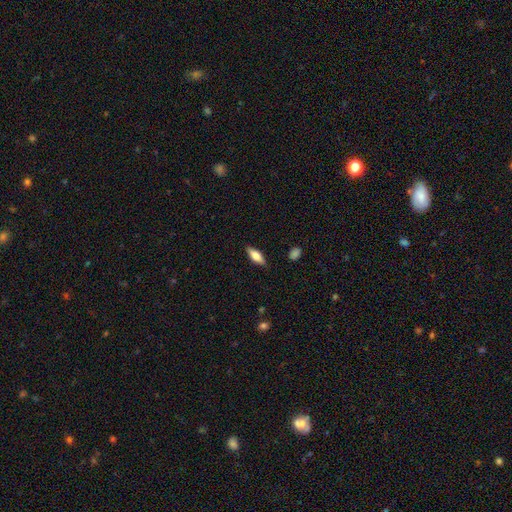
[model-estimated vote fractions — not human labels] smooth-or-featured: smooth: 64% | featured or disk: 29% | star or artifact: 7%
  how-rounded: in between: 64% | cigar-shaped: 34% | round: 3%
  merging: none: 86% | minor disturbance: 11% | major disturbance: 2% | merger: 1%